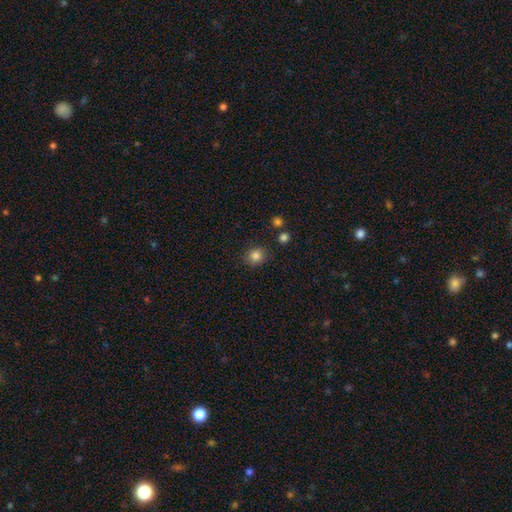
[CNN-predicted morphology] smooth_or_featured: smooth (p=0.83) [alt: star or artifact p=0.12]
how_rounded: round (p=0.84) [alt: in between p=0.15]
merging: none (p=0.87) [alt: minor disturbance p=0.08]